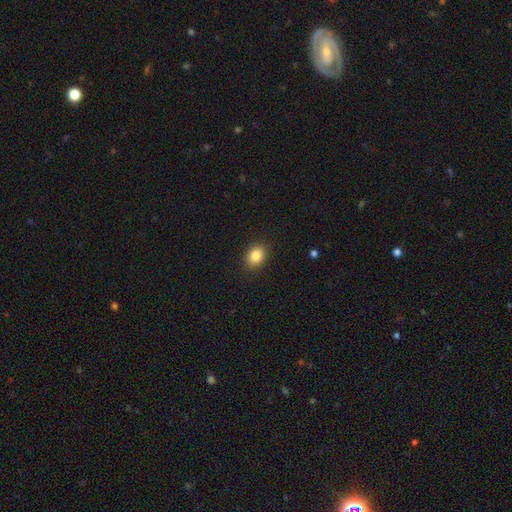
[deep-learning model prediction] A smooth galaxy with no disk features (85%) that is in between round and cigar-shaped (64%). Merging: none (89%).